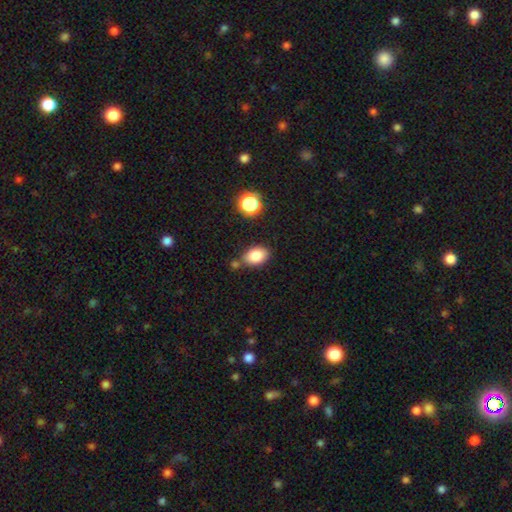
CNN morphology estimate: type=smooth (83%); roundness=in between (81%); merging=none (71%).